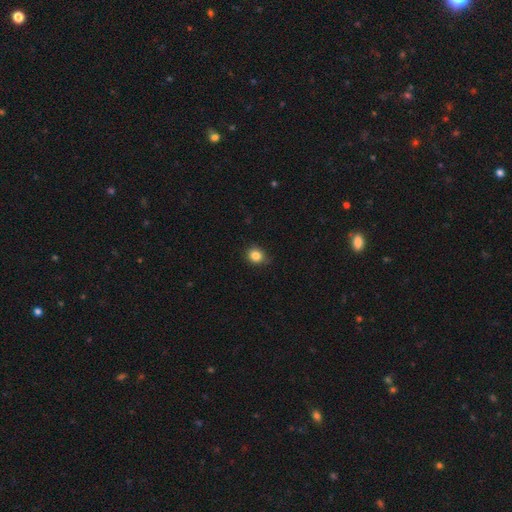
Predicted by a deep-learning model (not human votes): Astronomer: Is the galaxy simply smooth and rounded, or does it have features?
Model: smooth — 84%.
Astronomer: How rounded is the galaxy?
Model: round — 74%.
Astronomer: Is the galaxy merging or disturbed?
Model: none — 78%.